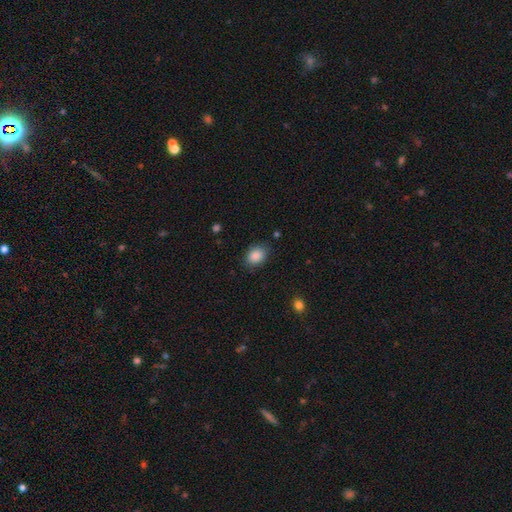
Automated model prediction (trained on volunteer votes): A smooth galaxy with no disk features (87%) that is in between round and cigar-shaped (66%). Merging: none (81%).